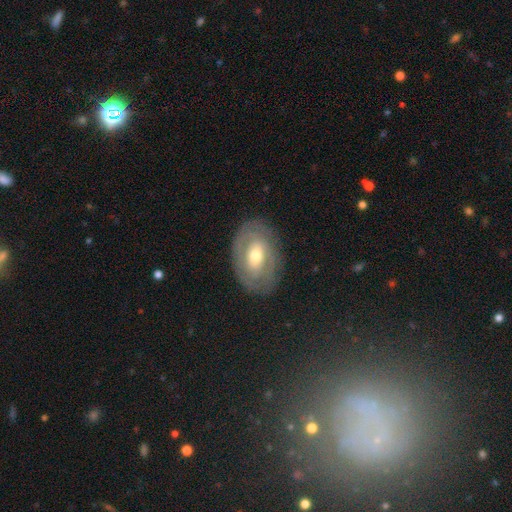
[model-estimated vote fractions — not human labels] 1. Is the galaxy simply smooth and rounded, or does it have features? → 63% featured or disk, 31% smooth, 6% star or artifact.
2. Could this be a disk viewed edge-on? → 93% no, 7% yes.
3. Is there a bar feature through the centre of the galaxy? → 51% no, 35% weak, 14% strong.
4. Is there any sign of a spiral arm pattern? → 55% yes, 45% no.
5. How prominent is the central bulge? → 68% moderate, 23% small, 8% large, 1% dominant, 1% none.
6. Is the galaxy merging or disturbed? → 81% none, 13% minor disturbance, 5% major disturbance, 1% merger.